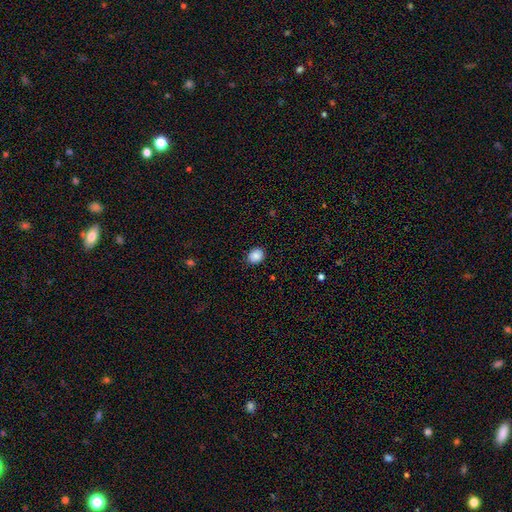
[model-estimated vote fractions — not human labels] Q: Smooth or featured?
A: smooth (88%); runner-up: star or artifact (9%)
Q: How rounded?
A: round (57%); runner-up: in between (42%)
Q: Merging?
A: none (88%); runner-up: minor disturbance (8%)